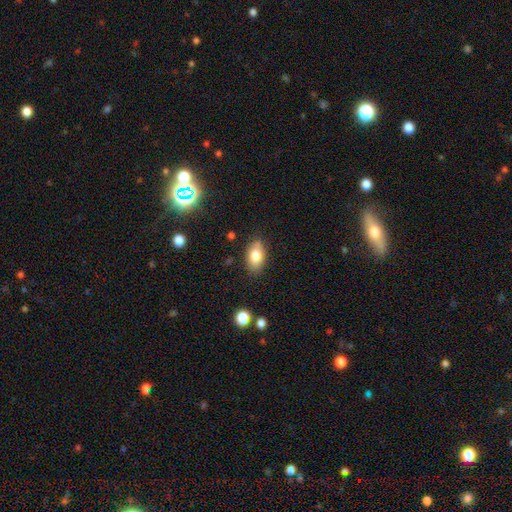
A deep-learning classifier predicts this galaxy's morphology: This is clearly a smooth galaxy (80%). How rounded: clearly in between (91%). Merging: clearly none (81%).